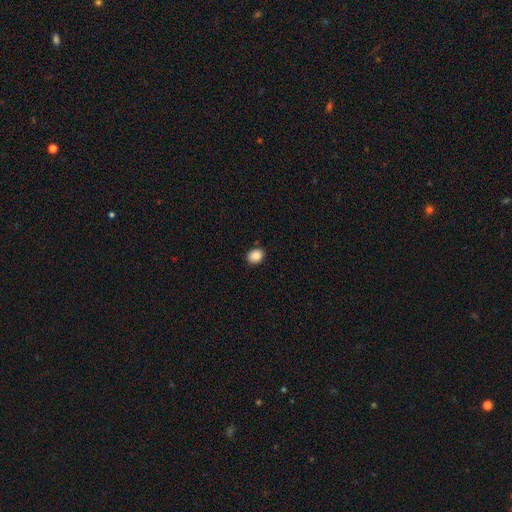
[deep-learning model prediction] smooth_or_featured: smooth (p=0.88) [alt: star or artifact p=0.09]
how_rounded: round (p=0.59) [alt: in between p=0.40]
merging: none (p=0.88) [alt: minor disturbance p=0.09]